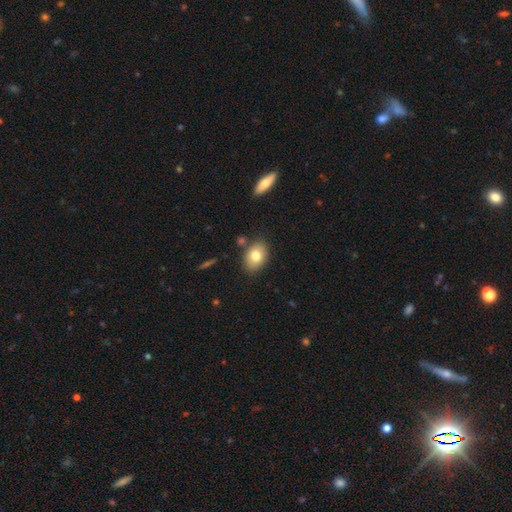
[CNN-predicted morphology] The model was most divided on "smooth or featured": smooth: 78%, featured or disk: 14%, star or artifact: 8%. More confident: how rounded — in between (82%); merging — none (80%).